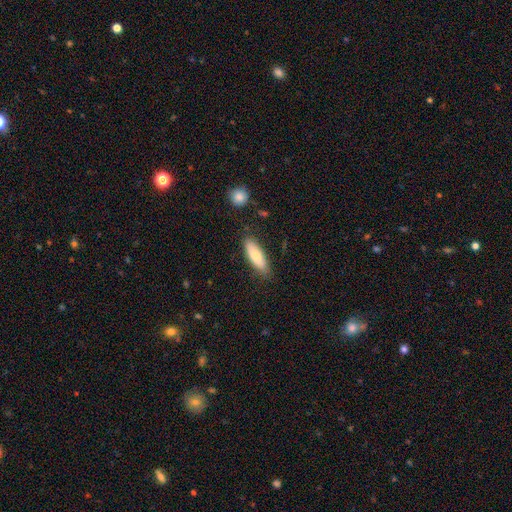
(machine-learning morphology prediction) Smooth or featured? smooth (74%)
How rounded? in between (61%)
Merging? none (80%)